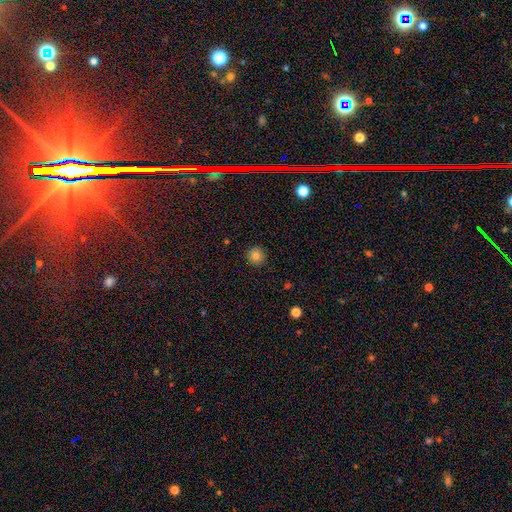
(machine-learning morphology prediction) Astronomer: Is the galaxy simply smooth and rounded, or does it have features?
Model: smooth — 82%.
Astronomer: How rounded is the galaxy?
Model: round — 95%.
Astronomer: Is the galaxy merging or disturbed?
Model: none — 92%.